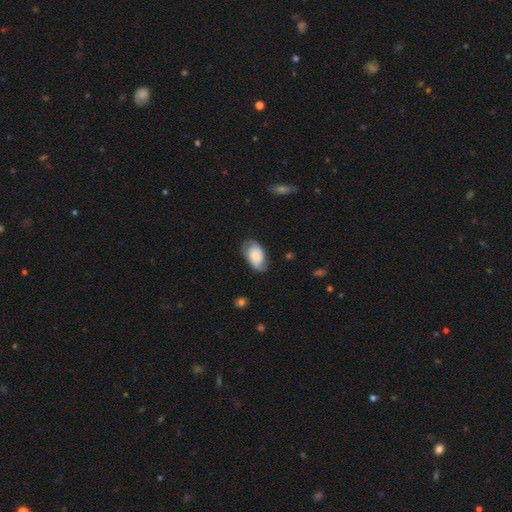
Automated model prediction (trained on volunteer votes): This is possibly a featured or disk galaxy (56%). It is clearly not viewed edge-on (95%). Bar: likely no (66%). Spiral arm pattern: clearly yes (87%). Central bulge: marginally small (42%). Merging: likely none (66%).